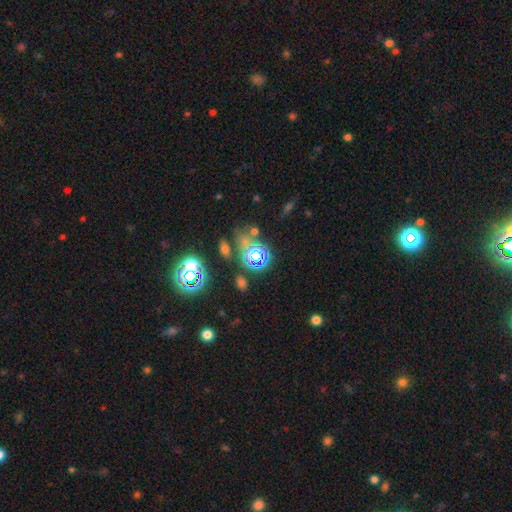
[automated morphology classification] A star or artifact, not a galaxy (50%).

Vote fractions:
- Smooth or featured? star or artifact: 50% / smooth: 35% / featured or disk: 15%